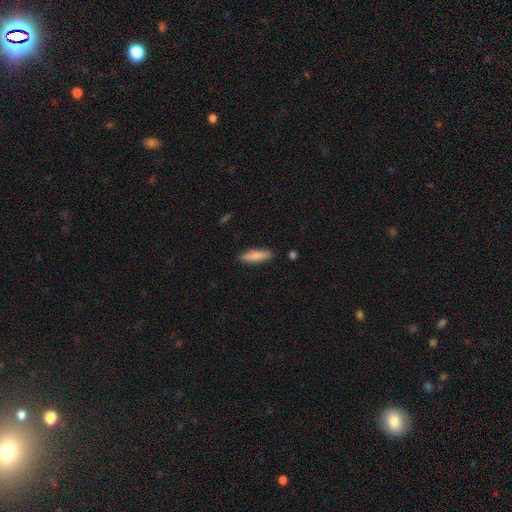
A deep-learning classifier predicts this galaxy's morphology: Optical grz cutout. It shows a smooth galaxy with no disk features (83%) that is cigar-shaped (63%). Merging: none (88%).